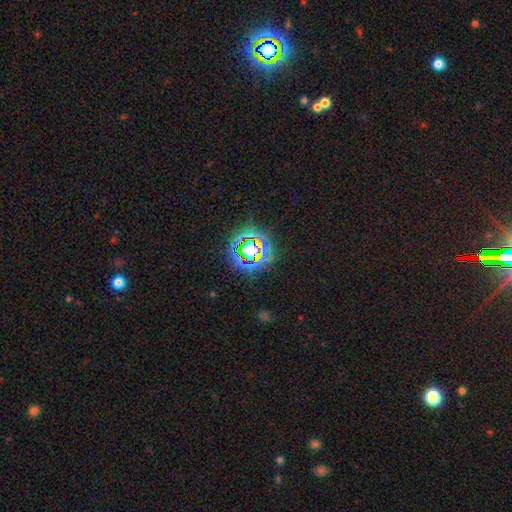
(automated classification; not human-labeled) A star or artifact, not a galaxy (71%).

Vote fractions:
- Smooth or featured? star or artifact: 71% / smooth: 19% / featured or disk: 10%